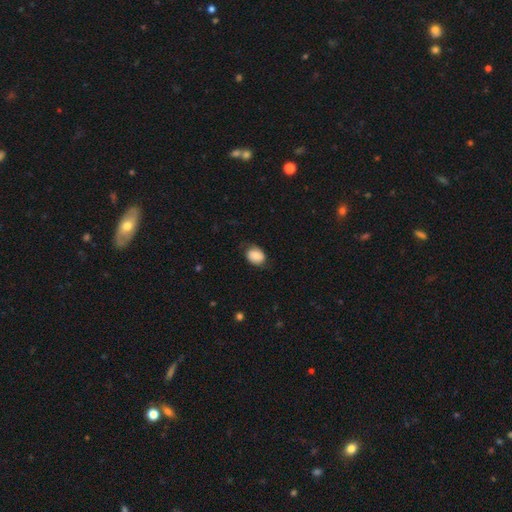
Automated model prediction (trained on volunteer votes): Overall: smooth (76%). How rounded: in between (65%; round 34%). Merging: none (71%).